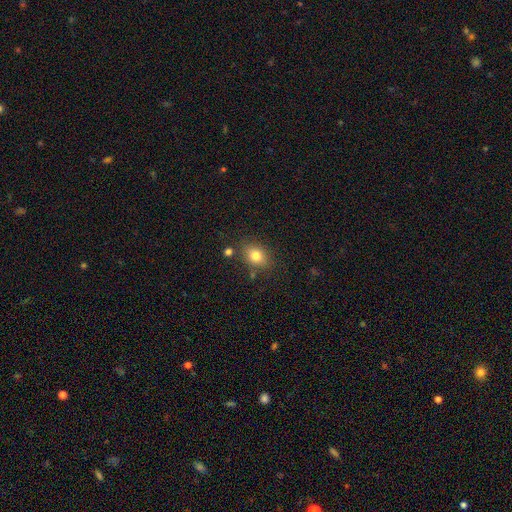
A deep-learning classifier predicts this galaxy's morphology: Overall: smooth (79%). How rounded: in between (55%; round 43%). Merging: none (78%).